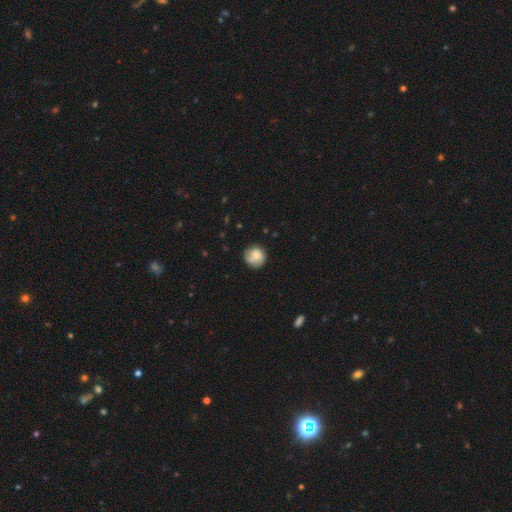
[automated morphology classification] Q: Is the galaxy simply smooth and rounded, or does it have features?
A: smooth — 71%.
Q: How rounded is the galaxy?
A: round — 92%.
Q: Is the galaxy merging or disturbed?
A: none — 77%.